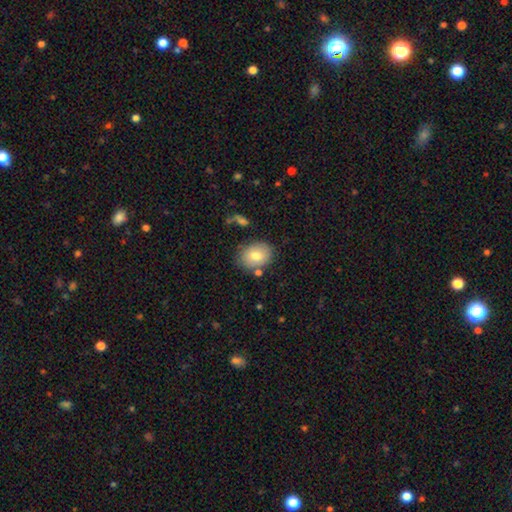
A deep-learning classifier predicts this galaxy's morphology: The model was most divided on "how rounded": in between: 62%, round: 37%, cigar-shaped: 1%. More confident: merging — none (77%); smooth or featured — smooth (76%).